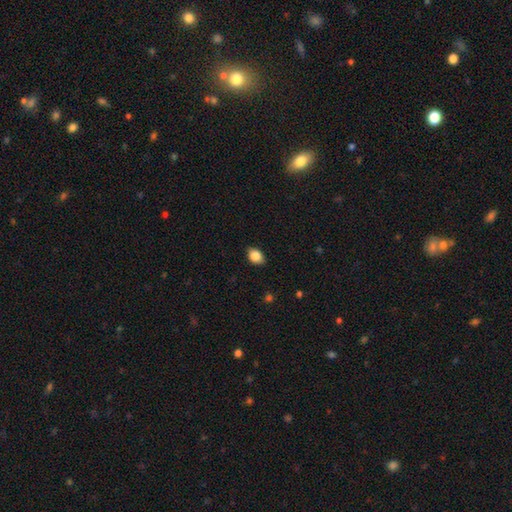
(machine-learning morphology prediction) Smooth or featured: smooth — 87% (star or artifact — 8%)
How rounded: in between — 75% (round — 23%)
Merging: none — 83% (minor disturbance — 13%)